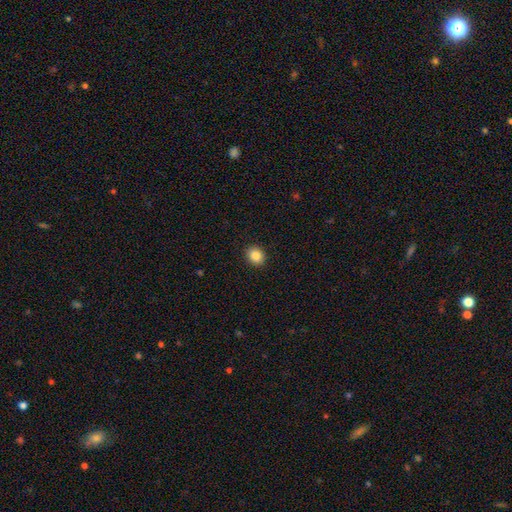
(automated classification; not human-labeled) Overall: smooth (86%). How rounded: round (61%; in between 38%). Merging: none (92%).